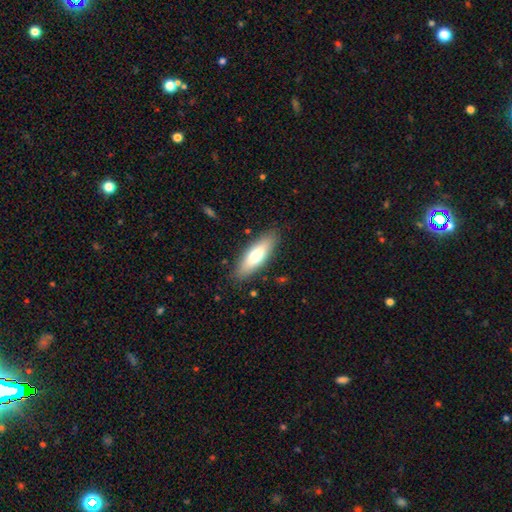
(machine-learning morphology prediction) Smooth or featured?
  - smooth: 67% *
  - featured or disk: 27%
  - star or artifact: 6%
How rounded?
  - in between: 54% *
  - cigar-shaped: 44%
  - round: 2%
Merging?
  - none: 87% *
  - minor disturbance: 10%
  - major disturbance: 2%
  - merger: 1%